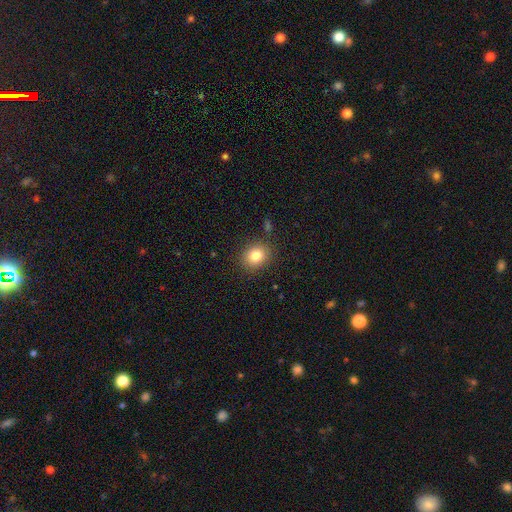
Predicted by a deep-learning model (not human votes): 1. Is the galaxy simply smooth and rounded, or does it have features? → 81% smooth, 11% star or artifact, 8% featured or disk.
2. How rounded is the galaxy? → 61% round, 38% in between, 1% cigar-shaped.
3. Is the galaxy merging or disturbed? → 87% none, 9% minor disturbance, 3% major disturbance, 2% merger.